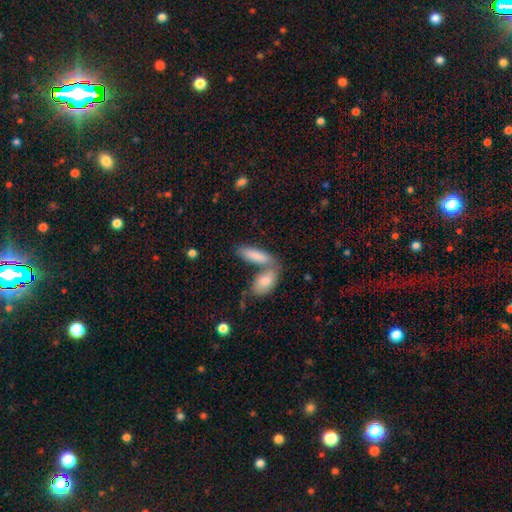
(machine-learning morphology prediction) smooth_or_featured: smooth (p=0.84) [alt: featured or disk p=0.11]
how_rounded: in between (p=0.58) [alt: cigar-shaped p=0.39]
merging: none (p=0.45) [alt: merger p=0.41]